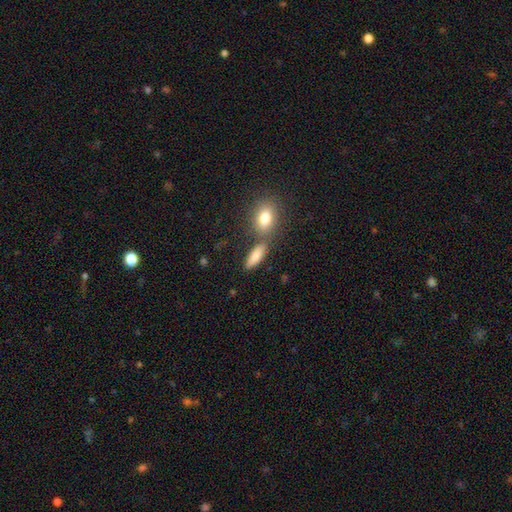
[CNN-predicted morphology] The model was most divided on "how rounded": in between: 58%, cigar-shaped: 36%, round: 5%. More confident: smooth or featured — smooth (81%); merging — none (64%).